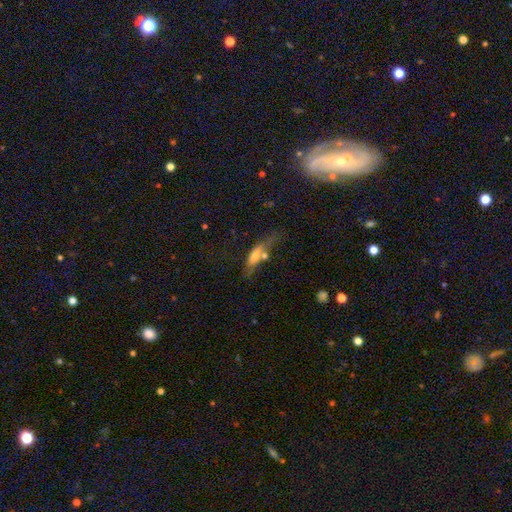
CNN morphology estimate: Smooth or featured: smooth — 55% (featured or disk — 37%)
How rounded: in between — 55% (cigar-shaped — 40%)
Merging: none — 33% (merger — 31%)